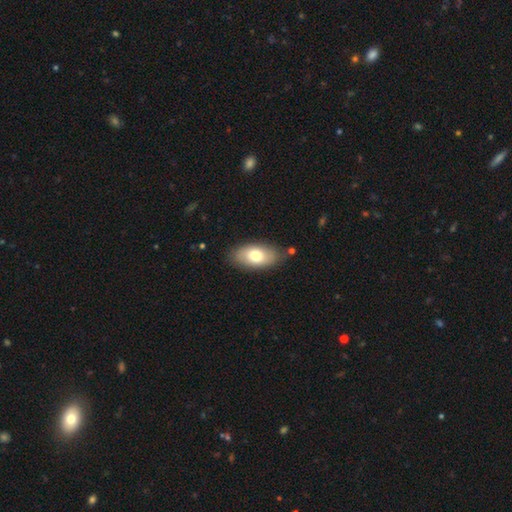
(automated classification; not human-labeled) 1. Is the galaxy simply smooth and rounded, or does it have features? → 74% smooth, 20% featured or disk, 6% star or artifact.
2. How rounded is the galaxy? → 93% in between, 4% round, 3% cigar-shaped.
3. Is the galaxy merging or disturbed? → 80% none, 14% minor disturbance, 3% major disturbance, 3% merger.